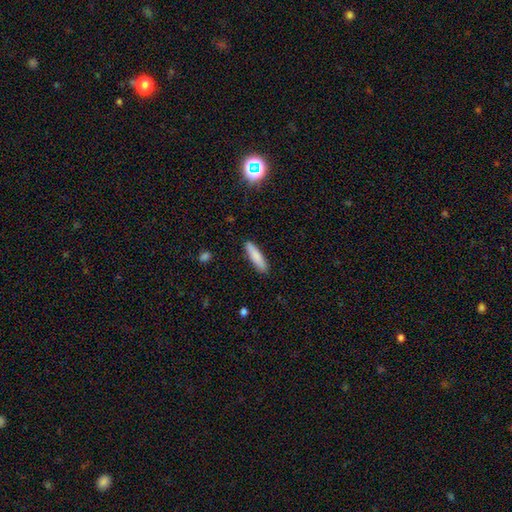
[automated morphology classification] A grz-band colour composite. It shows a smooth galaxy with no disk features (84%) that is cigar-shaped (76%). Merging: none (89%).